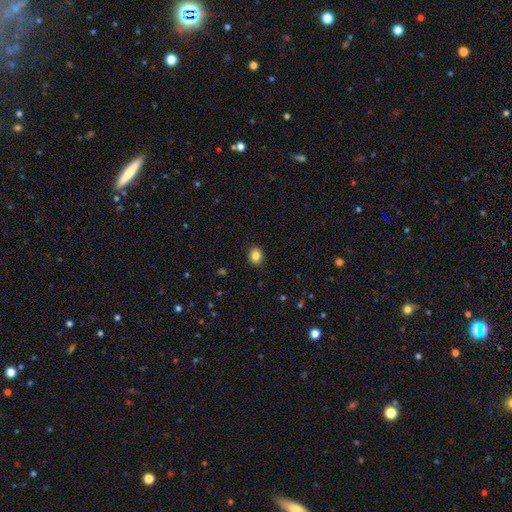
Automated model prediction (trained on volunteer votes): Morphology: type=smooth (84%); roundness=round (53%); merging=none (89%).